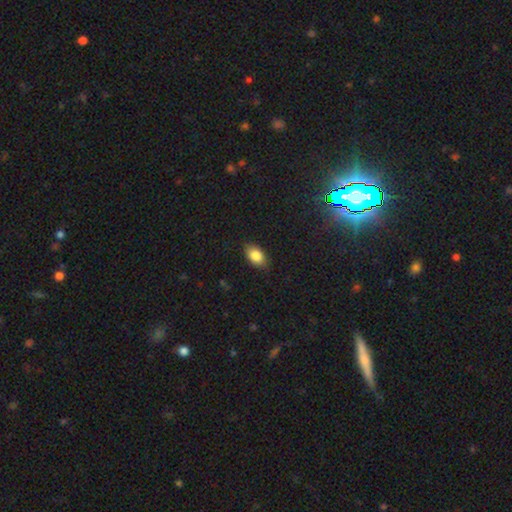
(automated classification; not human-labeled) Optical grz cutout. It shows a smooth galaxy with no disk features (86%) that is in between round and cigar-shaped (89%). Merging: none (85%).